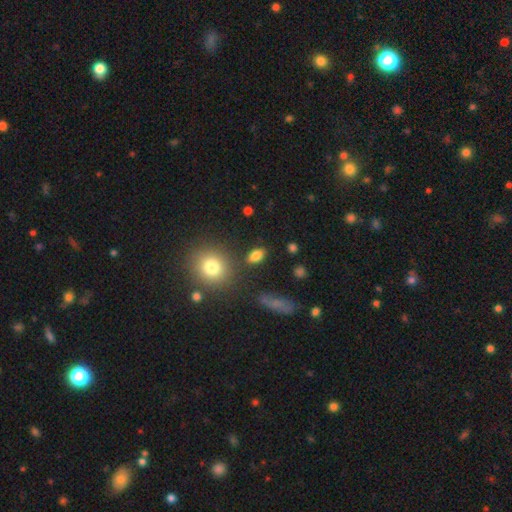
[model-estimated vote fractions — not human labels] Smooth or featured? smooth (81%)
How rounded? in between (83%)
Merging? none (81%)